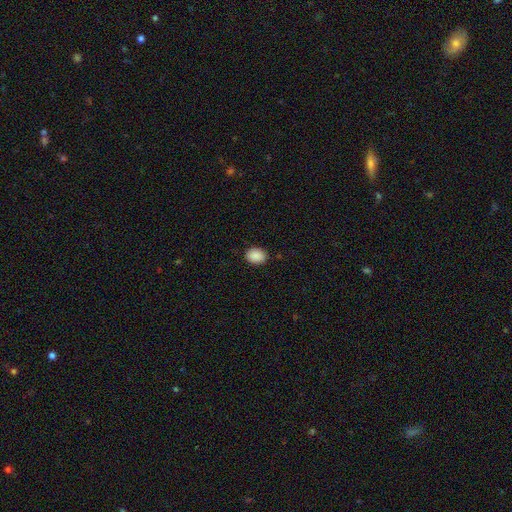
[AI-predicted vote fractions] The model was most divided on "how rounded": in between: 64%, round: 35%, cigar-shaped: 1%. More confident: smooth or featured — smooth (89%); merging — none (88%).